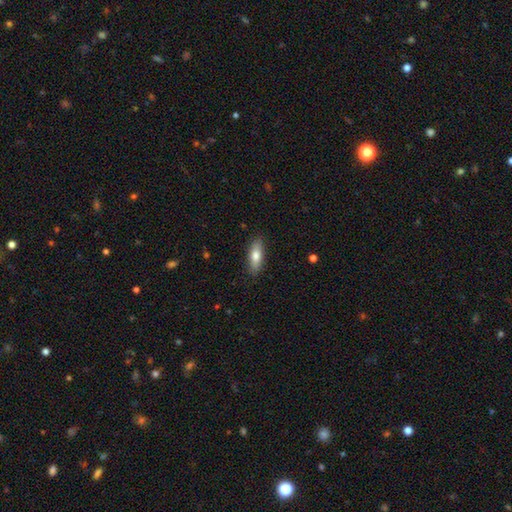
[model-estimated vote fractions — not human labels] Q: Smooth or featured?
A: smooth (75%); runner-up: featured or disk (19%)
Q: How rounded?
A: in between (60%); runner-up: cigar-shaped (37%)
Q: Merging?
A: none (87%); runner-up: minor disturbance (9%)